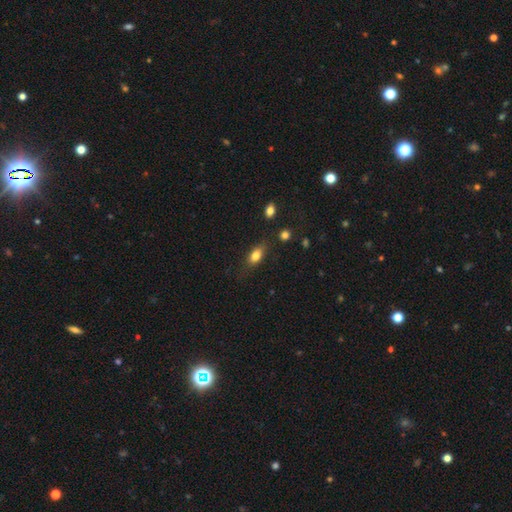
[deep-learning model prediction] Morphology: type=smooth (81%); roundness=in between (80%); merging=none (73%).